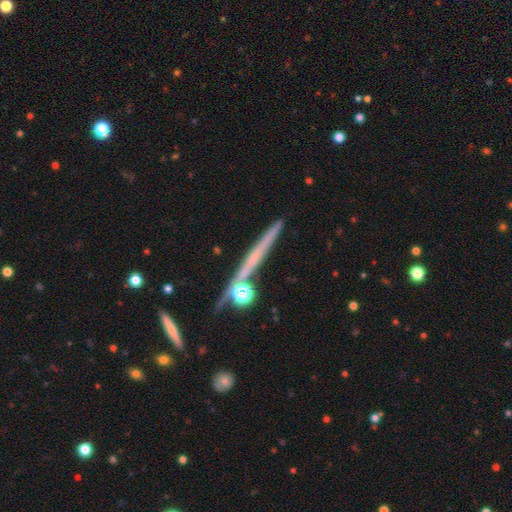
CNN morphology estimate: Smooth or featured: featured or disk — 51% (smooth — 37%)
Edge-on disk: yes — 95% (no — 5%)
Merging: none — 80% (minor disturbance — 10%)